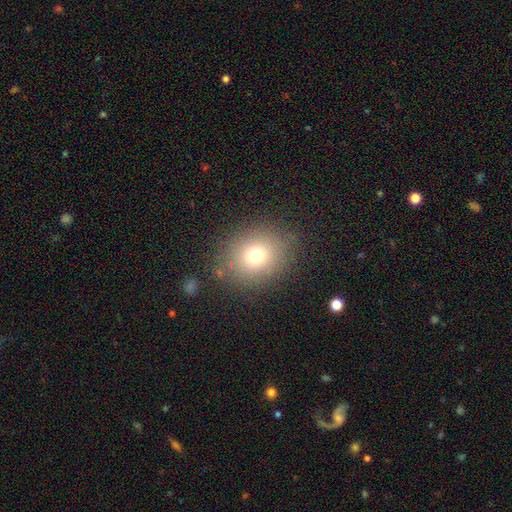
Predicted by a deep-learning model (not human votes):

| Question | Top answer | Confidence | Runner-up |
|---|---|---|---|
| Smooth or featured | smooth | 72% | star or artifact (16%) |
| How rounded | round | 68% | in between (31%) |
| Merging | none | 83% | minor disturbance (10%) |